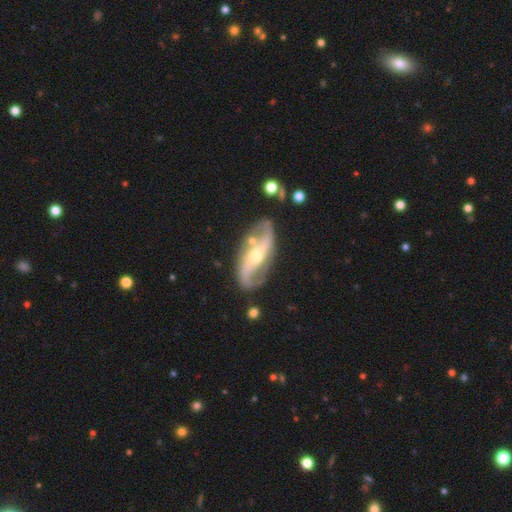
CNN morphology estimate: type=featured or disk (89%); edge-on=no (94%); bar=no (35%); spiral arms=yes (95%); winding=loose (50%); arm count=2 (92%); bulge=moderate (58%); merging=none (77%).